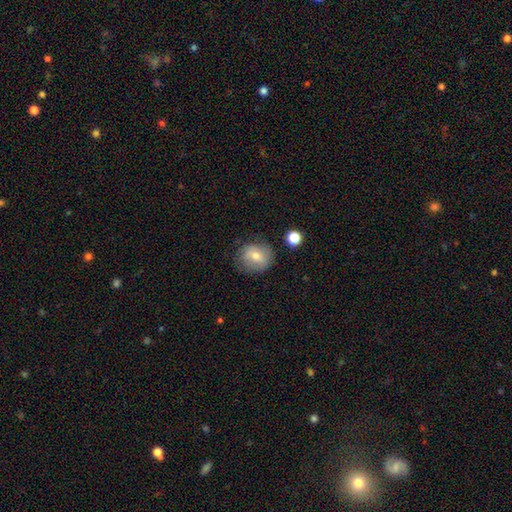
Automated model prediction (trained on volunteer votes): The model was most divided on "smooth or featured": smooth: 70%, featured or disk: 21%, star or artifact: 10%. More confident: how rounded — round (77%); merging — none (75%).